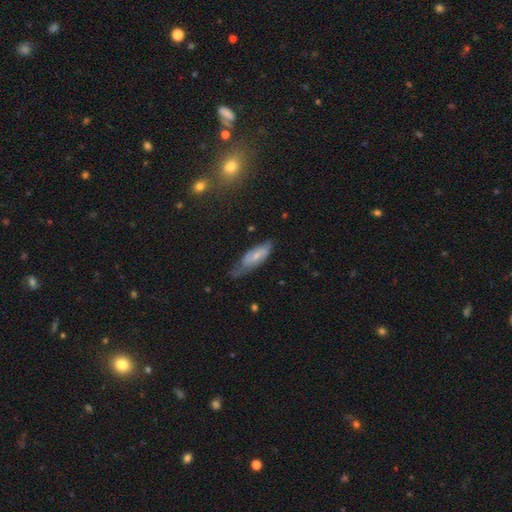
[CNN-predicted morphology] This is possibly a smooth galaxy (47%). Merging: possibly none (51%).